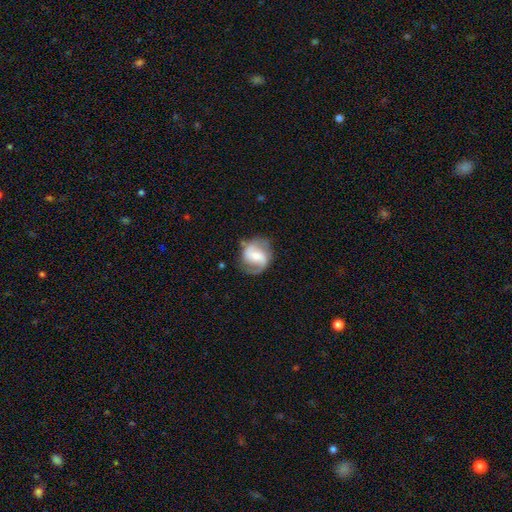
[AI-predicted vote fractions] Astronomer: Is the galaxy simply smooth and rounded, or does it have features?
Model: featured or disk — 75%.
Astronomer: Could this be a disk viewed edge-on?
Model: no — 98%.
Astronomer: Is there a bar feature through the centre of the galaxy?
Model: weak — 45% (runner-up: no, 30%).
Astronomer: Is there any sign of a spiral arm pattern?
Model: yes — 93%.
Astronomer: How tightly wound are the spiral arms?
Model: medium — 47% (runner-up: loose, 32%).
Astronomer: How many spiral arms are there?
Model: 2 — 86%.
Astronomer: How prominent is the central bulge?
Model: moderate — 41% (runner-up: small, 37%).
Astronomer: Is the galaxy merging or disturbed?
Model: none — 72%.